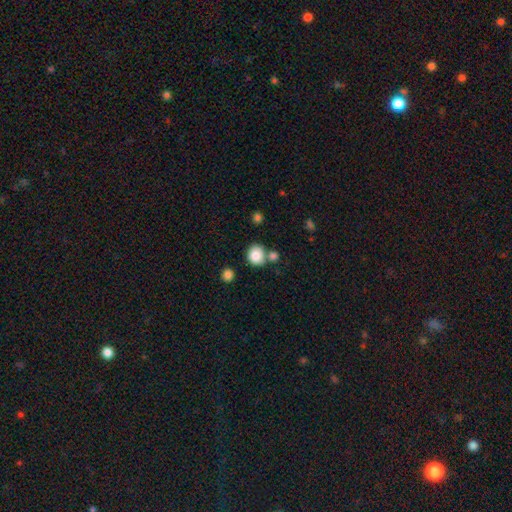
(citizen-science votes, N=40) Smooth or featured: smooth — 80% (featured or disk — 10%)
How rounded: round — 94% (in between — 6%)
Merging: none — 44% (merger — 31%)